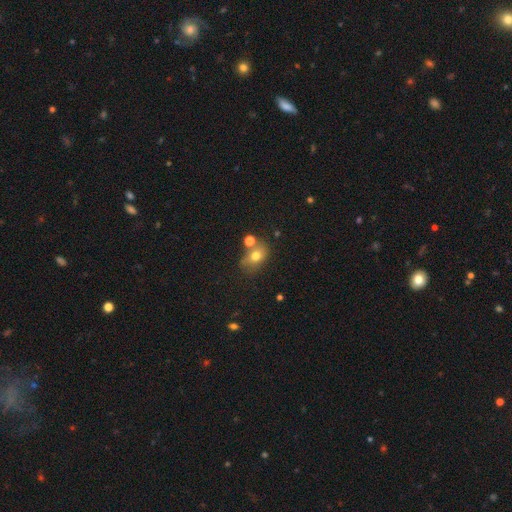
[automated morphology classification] A smooth galaxy with no disk features (72%) that is in between round and cigar-shaped (66%). Merging: none (54%).